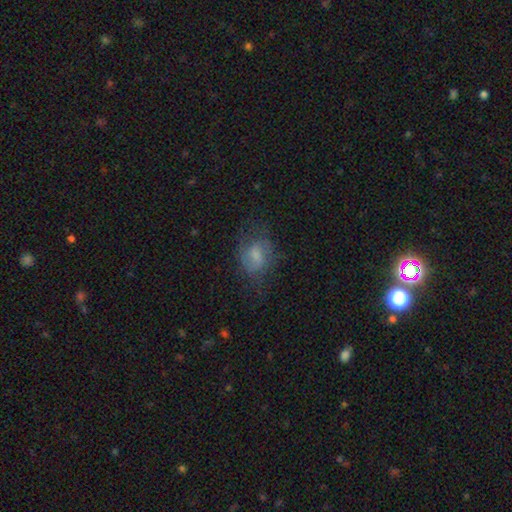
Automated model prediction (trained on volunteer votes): Smooth or featured? smooth (51%)
How rounded? in between (62%)
Merging? none (55%)